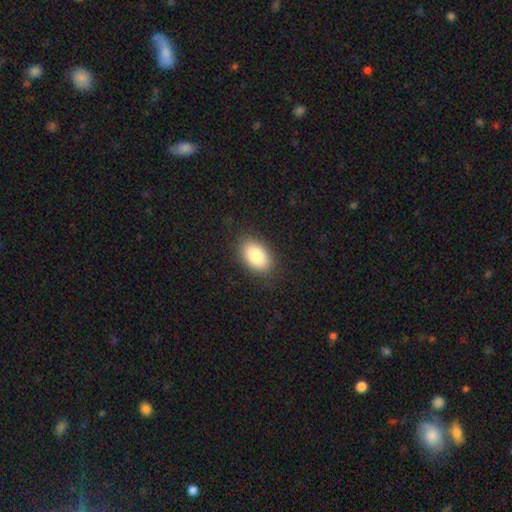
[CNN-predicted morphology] Smooth or featured: smooth — 85% (featured or disk — 8%)
How rounded: in between — 91% (round — 8%)
Merging: none — 85% (minor disturbance — 11%)